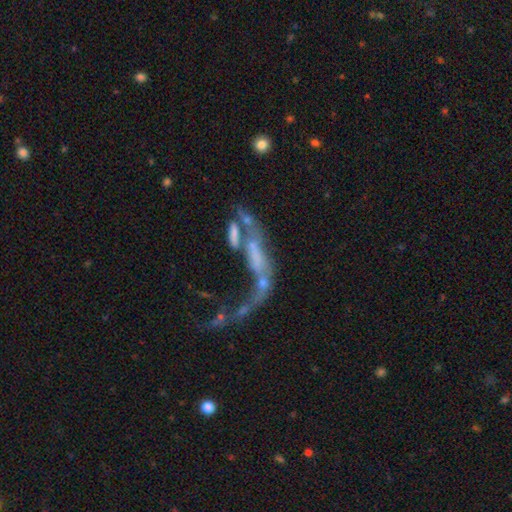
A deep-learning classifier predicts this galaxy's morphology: This is likely a featured or disk galaxy (61%). It is clearly not viewed edge-on (86%). Bar: likely no (73%). Spiral arm pattern: likely no (72%). Central bulge: likely none (66%). Merging: marginally merger (44%).